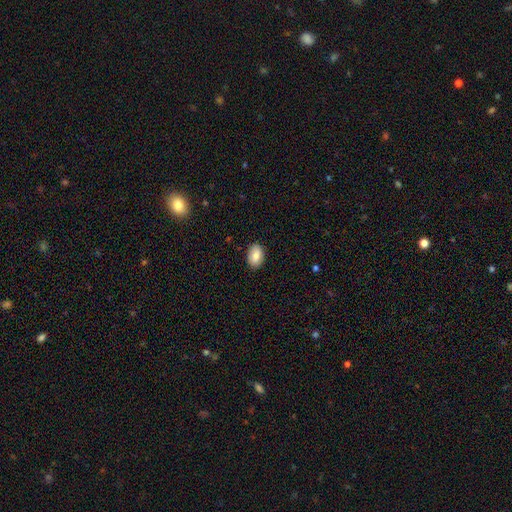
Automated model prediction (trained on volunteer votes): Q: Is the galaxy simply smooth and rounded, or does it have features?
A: smooth — 83%.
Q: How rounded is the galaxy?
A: in between — 87%.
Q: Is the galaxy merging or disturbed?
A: none — 87%.